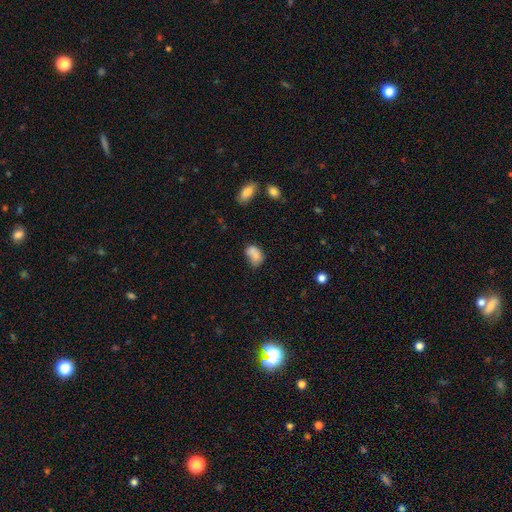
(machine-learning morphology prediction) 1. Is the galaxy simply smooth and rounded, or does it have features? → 76% smooth, 15% featured or disk, 10% star or artifact.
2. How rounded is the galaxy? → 77% in between, 22% round, 1% cigar-shaped.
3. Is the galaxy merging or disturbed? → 38% merger, 33% none, 20% minor disturbance, 9% major disturbance.